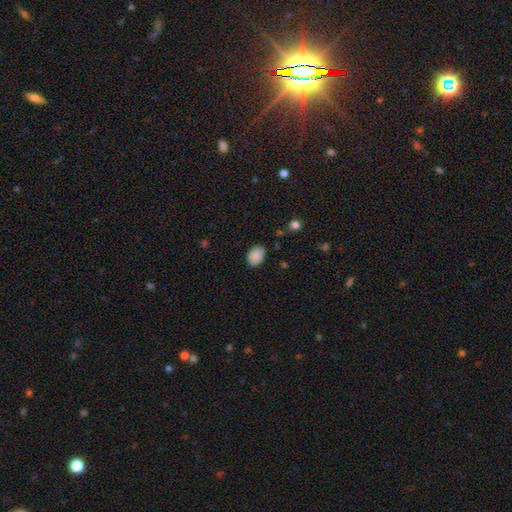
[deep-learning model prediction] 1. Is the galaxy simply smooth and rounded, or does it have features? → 89% smooth, 8% star or artifact, 4% featured or disk.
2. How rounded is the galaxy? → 76% in between, 23% round, 1% cigar-shaped.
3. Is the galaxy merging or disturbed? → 85% none, 11% minor disturbance, 2% major disturbance, 1% merger.